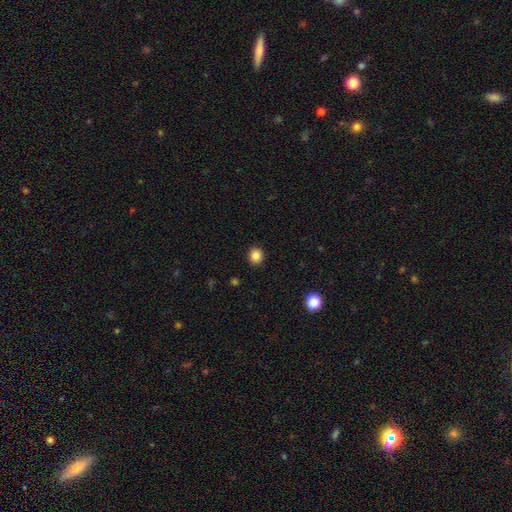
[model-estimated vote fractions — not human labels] This is clearly a smooth galaxy (85%). How rounded: clearly round (84%). Merging: clearly none (92%).